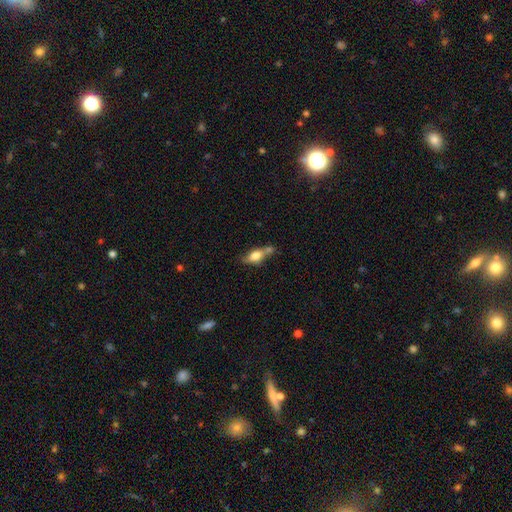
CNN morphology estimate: Smooth or featured? smooth (64%)
How rounded? in between (70%)
Merging? none (40%)